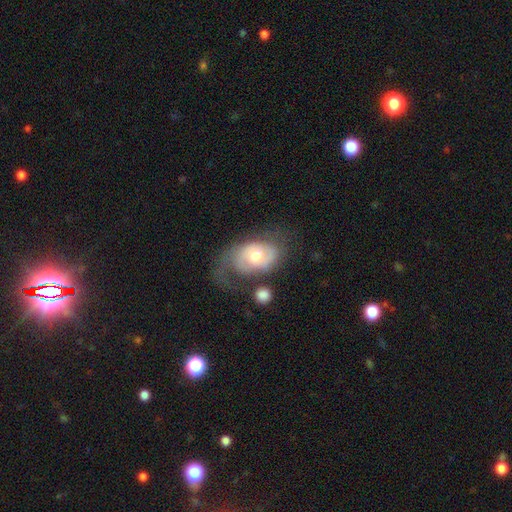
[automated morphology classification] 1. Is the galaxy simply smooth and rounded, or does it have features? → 58% featured or disk, 35% smooth, 7% star or artifact.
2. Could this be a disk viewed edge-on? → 94% no, 6% yes.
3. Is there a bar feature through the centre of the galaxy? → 64% no, 29% weak, 6% strong.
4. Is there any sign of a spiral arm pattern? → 74% yes, 26% no.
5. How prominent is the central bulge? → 72% moderate, 14% small, 12% large, 1% dominant, 1% none.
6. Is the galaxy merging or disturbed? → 37% none, 32% major disturbance, 23% minor disturbance, 8% merger.